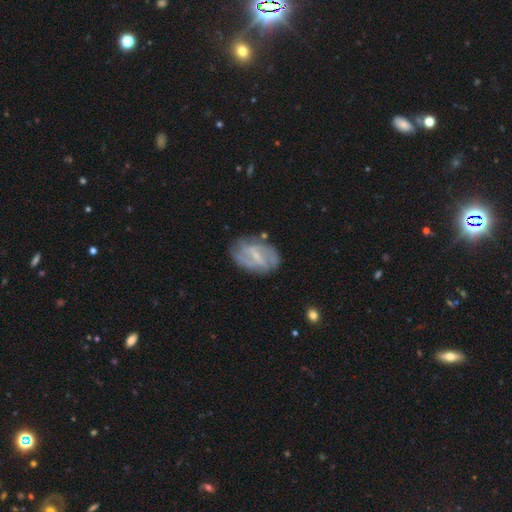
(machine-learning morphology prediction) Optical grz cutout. It shows a featured or disk galaxy (75%) with a weak bar (51%), 2 (48%) medium (40%) spiral arms (78%) and a small central bulge (61%). Merging: none (68%).